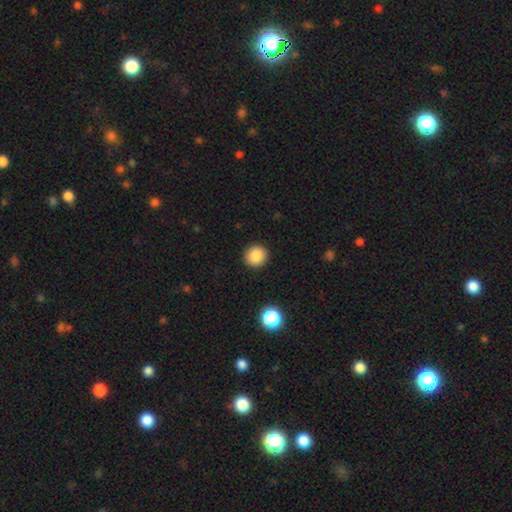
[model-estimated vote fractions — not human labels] The model was most divided on "smooth or featured": smooth: 86%, star or artifact: 10%, featured or disk: 4%. More confident: how rounded — round (92%); merging — none (92%).